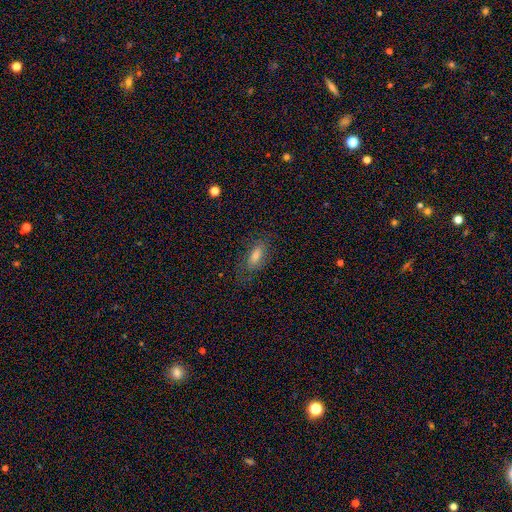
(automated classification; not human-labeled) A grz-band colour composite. It shows a smooth galaxy with no disk features (66%) that is in between round and cigar-shaped (75%). Merging: none (75%).